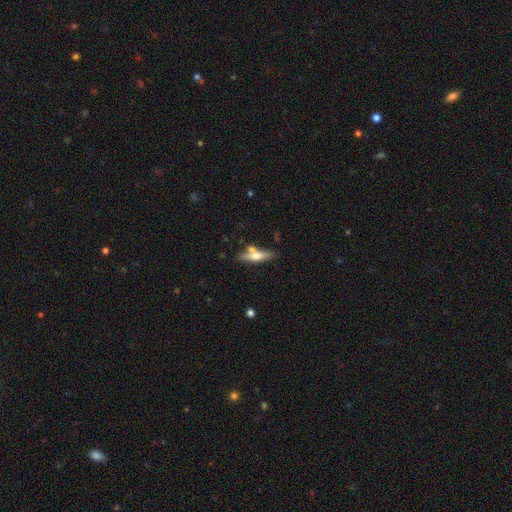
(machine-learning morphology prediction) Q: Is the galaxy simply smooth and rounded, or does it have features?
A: featured or disk — 49%.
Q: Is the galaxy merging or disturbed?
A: none — 68%.